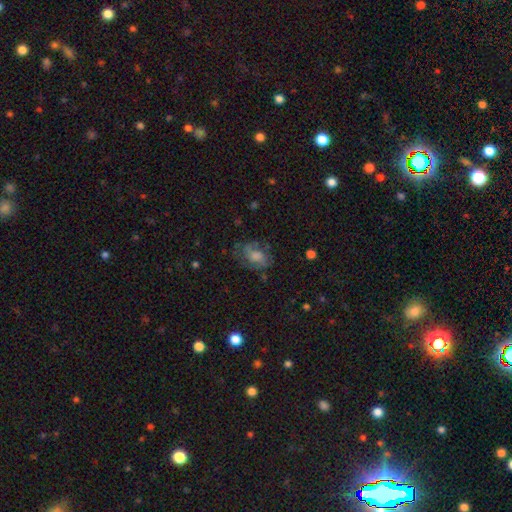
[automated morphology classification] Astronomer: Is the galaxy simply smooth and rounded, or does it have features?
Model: featured or disk — 46% (runner-up: smooth, 38%).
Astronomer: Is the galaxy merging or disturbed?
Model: none — 62%.